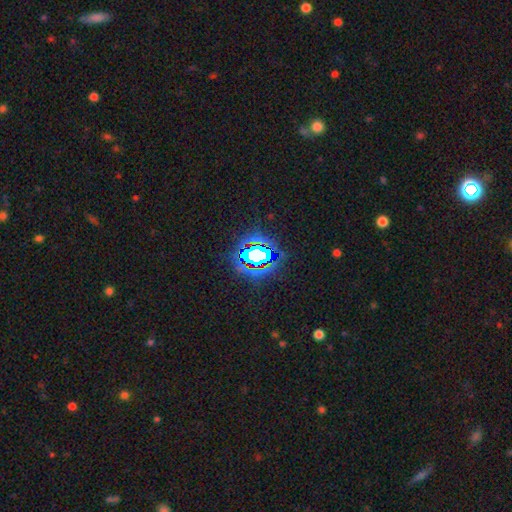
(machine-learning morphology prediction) Overall: star or artifact (70%).